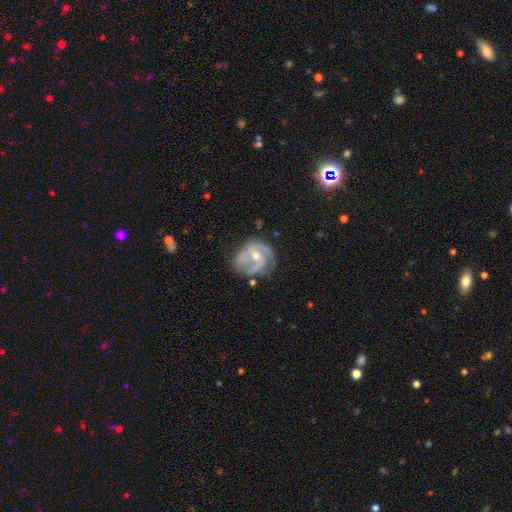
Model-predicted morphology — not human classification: This is clearly a featured or disk galaxy (81%). It is clearly not viewed edge-on (98%). Bar: possibly no (56%). Spiral arm pattern: clearly yes (89%). Spiral arm count: marginally 2 (44%). Spiral winding: marginally medium (43%). Central bulge: possibly moderate (60%). Merging: possibly none (53%).